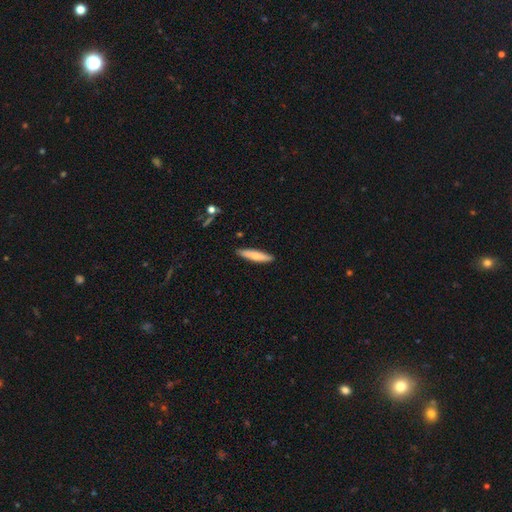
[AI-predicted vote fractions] This is likely a smooth galaxy (74%). How rounded: clearly cigar-shaped (86%). Merging: clearly none (89%).